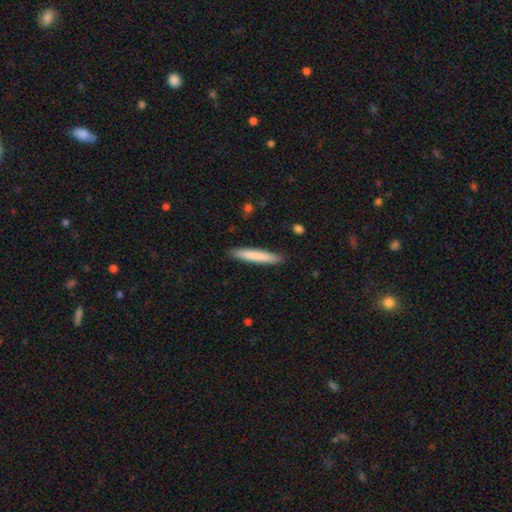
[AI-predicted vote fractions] This appears to be a smooth galaxy with no disk features (80%) that is cigar-shaped (94%). Merging: none (90%).